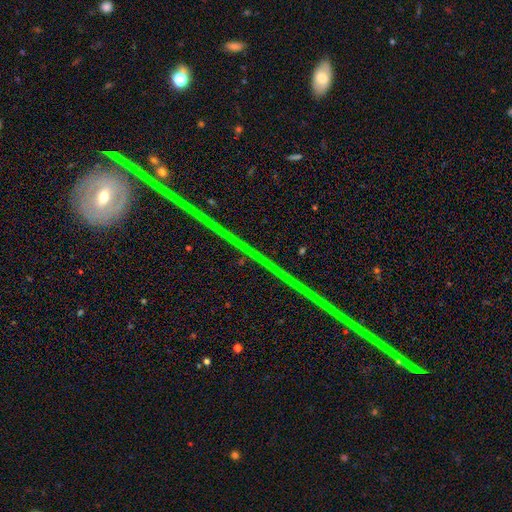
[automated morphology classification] A star or artifact, not a galaxy (65%).